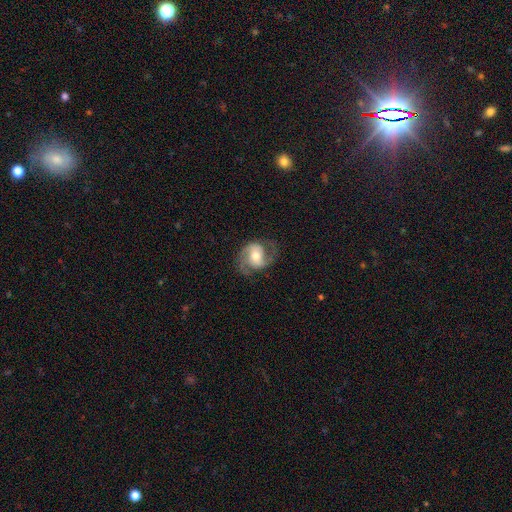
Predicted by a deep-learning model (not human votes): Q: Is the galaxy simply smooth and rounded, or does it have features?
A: featured or disk — 77%.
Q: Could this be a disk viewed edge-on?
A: no — 97%.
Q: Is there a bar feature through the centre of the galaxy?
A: no — 44%.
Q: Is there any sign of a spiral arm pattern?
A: yes — 92%.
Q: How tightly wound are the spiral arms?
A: medium — 52%.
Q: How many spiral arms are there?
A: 2 — 86%.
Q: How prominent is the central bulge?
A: moderate — 64%.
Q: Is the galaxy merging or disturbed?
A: none — 69%.